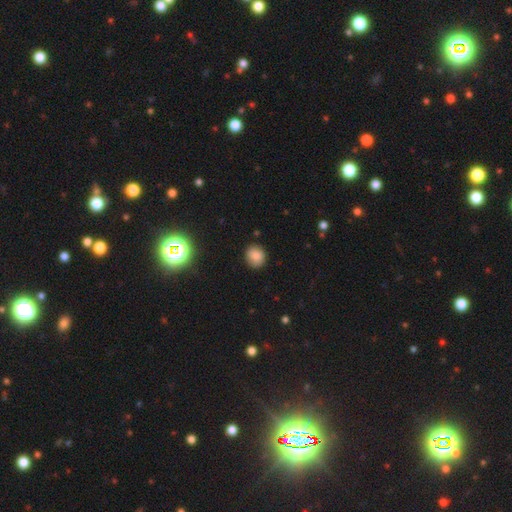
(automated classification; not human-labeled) This is clearly a smooth galaxy (82%). How rounded: clearly round (87%). Merging: clearly none (88%).